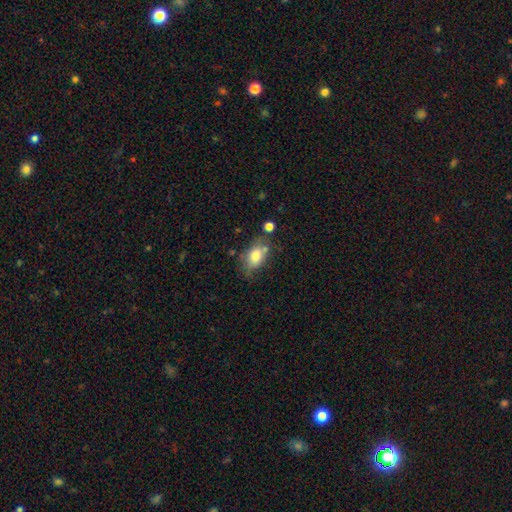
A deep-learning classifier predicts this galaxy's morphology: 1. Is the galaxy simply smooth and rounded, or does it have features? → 77% smooth, 15% featured or disk, 8% star or artifact.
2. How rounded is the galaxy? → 84% in between, 14% round, 2% cigar-shaped.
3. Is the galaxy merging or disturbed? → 57% none, 23% minor disturbance, 12% merger, 8% major disturbance.